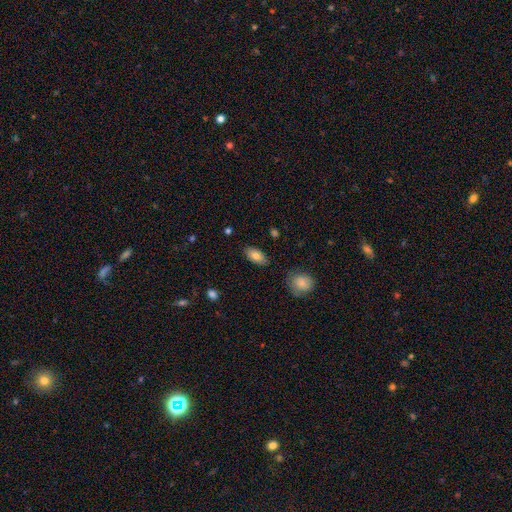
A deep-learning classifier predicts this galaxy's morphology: Smooth or featured? smooth (81%)
How rounded? in between (92%)
Merging? none (83%)